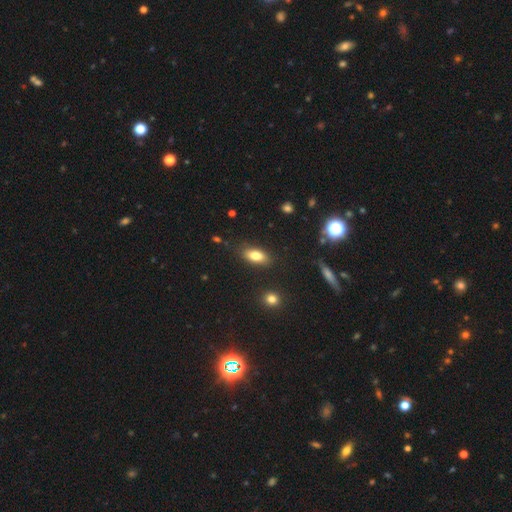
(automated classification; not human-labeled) This is likely a smooth galaxy (79%). How rounded: clearly in between (86%). Merging: clearly none (84%).